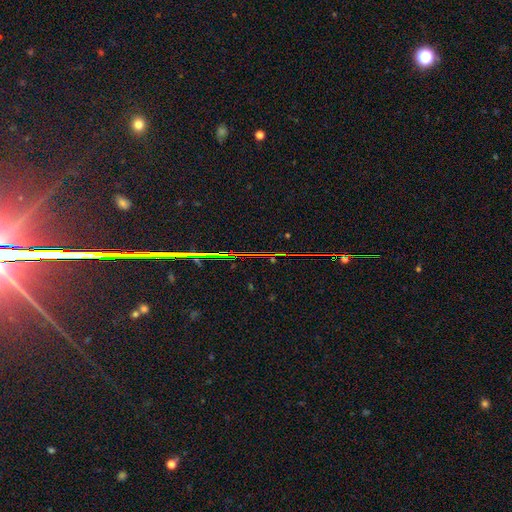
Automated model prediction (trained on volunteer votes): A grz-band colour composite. It shows a star or artifact, not a galaxy (83%).